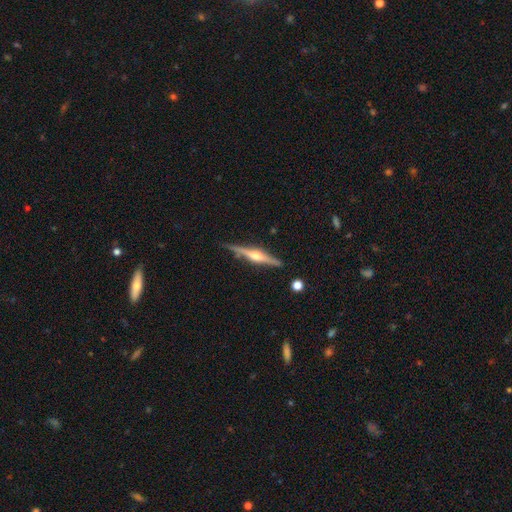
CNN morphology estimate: Smooth or featured? Predicted: featured or disk (p=0.78). Edge-on disk? Predicted: yes (p=0.98). Edge-on bulge? Predicted: rounded (p=0.89). Merging? Predicted: none (p=0.83).